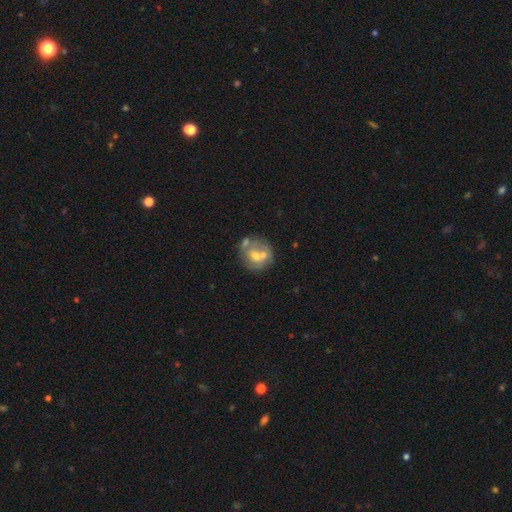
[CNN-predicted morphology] Overall: featured or disk (46%, tied with smooth). Merging: none (43%; merger 36%).